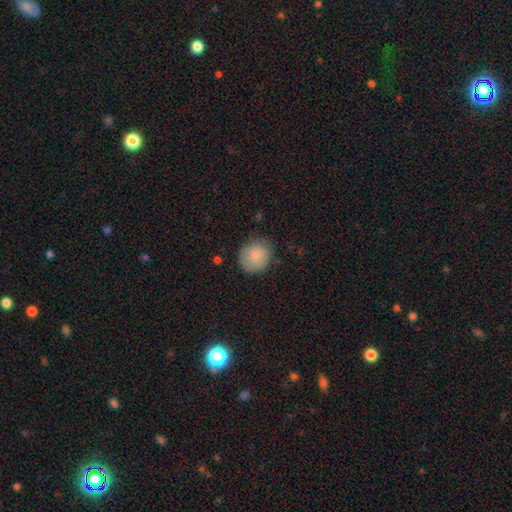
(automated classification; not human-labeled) Smooth or featured: smooth — 83% (featured or disk — 10%)
How rounded: round — 77% (in between — 22%)
Merging: none — 76% (minor disturbance — 18%)